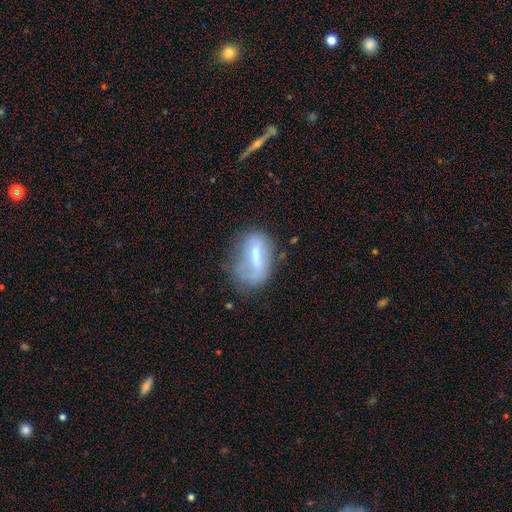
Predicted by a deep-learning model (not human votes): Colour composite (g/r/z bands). It shows a smooth galaxy with no disk features (45%, tied with featured or disk). Merging: none (42%).